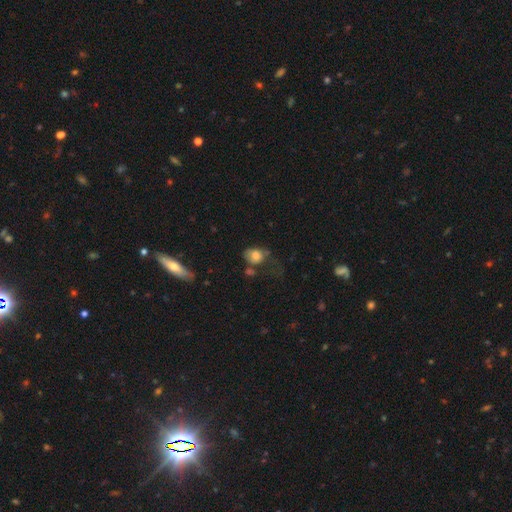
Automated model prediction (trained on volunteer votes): smooth_or_featured: smooth (p=0.73) [alt: featured or disk p=0.17]
how_rounded: in between (p=0.56) [alt: round p=0.42]
merging: major disturbance (p=0.31) [alt: none p=0.30]